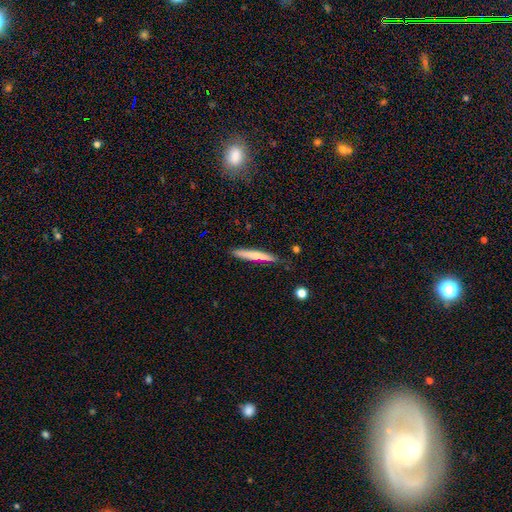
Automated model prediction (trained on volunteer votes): Smooth or featured? Predicted: smooth (p=0.67). How rounded? Predicted: cigar-shaped (p=0.96). Merging? Predicted: none (p=0.86).